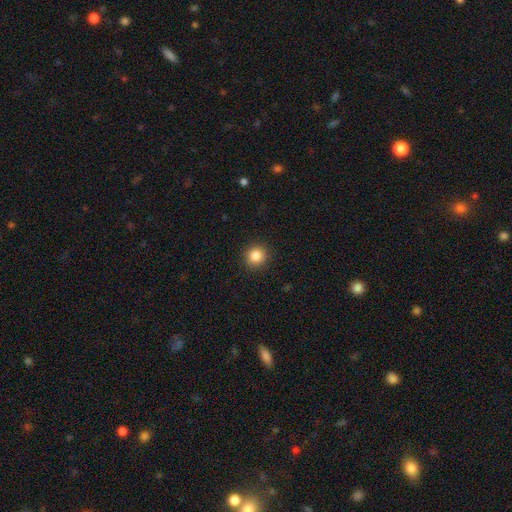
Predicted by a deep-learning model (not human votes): smooth-or-featured: smooth: 85% | star or artifact: 11% | featured or disk: 4%
  how-rounded: round: 92% | in between: 7% | cigar-shaped: 1%
  merging: none: 91% | minor disturbance: 6% | major disturbance: 2% | merger: 1%